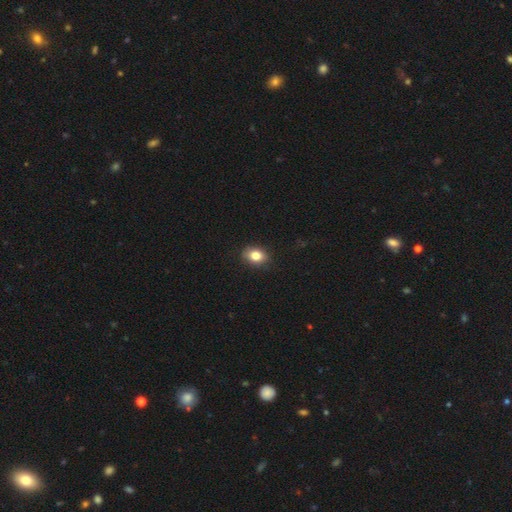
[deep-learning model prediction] smooth-or-featured: smooth: 82% | star or artifact: 9% | featured or disk: 8%
  how-rounded: in between: 69% | round: 30% | cigar-shaped: 1%
  merging: none: 86% | minor disturbance: 11% | major disturbance: 2% | merger: 1%